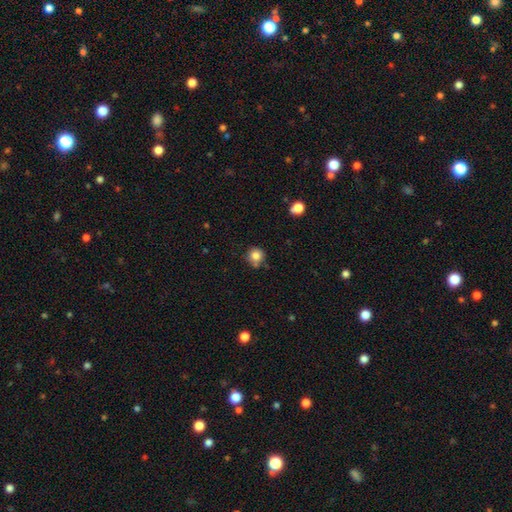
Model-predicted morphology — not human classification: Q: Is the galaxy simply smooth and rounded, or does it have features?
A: smooth — 82%.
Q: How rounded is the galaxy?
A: round — 92%.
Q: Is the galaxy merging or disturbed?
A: none — 72%.